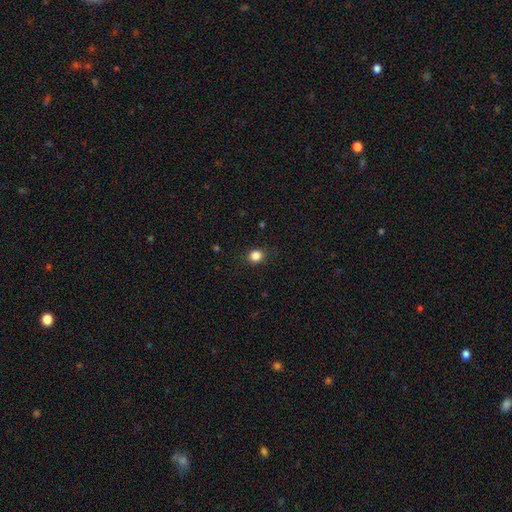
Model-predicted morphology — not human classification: The model was most divided on "how rounded": round: 81%, in between: 18%, cigar-shaped: 1%. More confident: merging — none (88%); smooth or featured — smooth (85%).